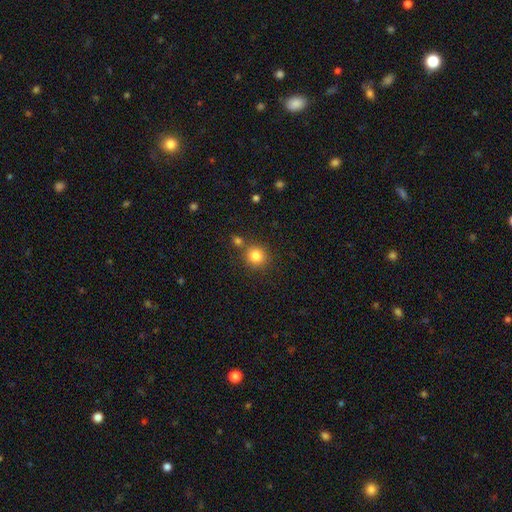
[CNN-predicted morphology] A smooth galaxy with no disk features (84%) that is round (90%).

Vote fractions:
- Smooth or featured? smooth: 84% / star or artifact: 11% / featured or disk: 6%
- How rounded? round: 90% / in between: 9% / cigar-shaped: 1%
- Merging? none: 76% / merger: 12% / minor disturbance: 9% / major disturbance: 3%